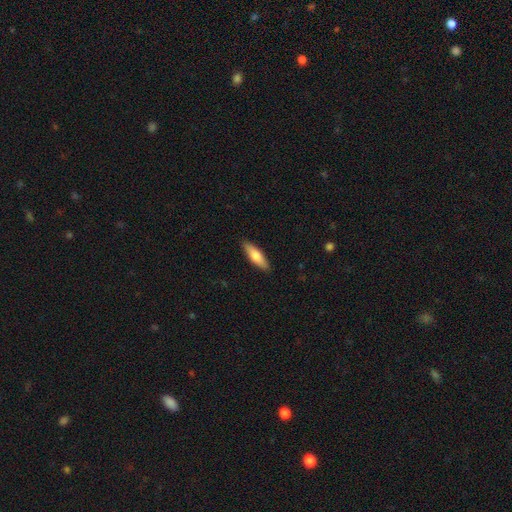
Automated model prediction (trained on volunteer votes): A smooth galaxy with no disk features (72%) that is cigar-shaped (56%).

Vote fractions:
- Smooth or featured? smooth: 72% / featured or disk: 23% / star or artifact: 5%
- How rounded? cigar-shaped: 56% / in between: 42% / round: 2%
- Merging? none: 89% / minor disturbance: 8% / major disturbance: 2% / merger: 1%